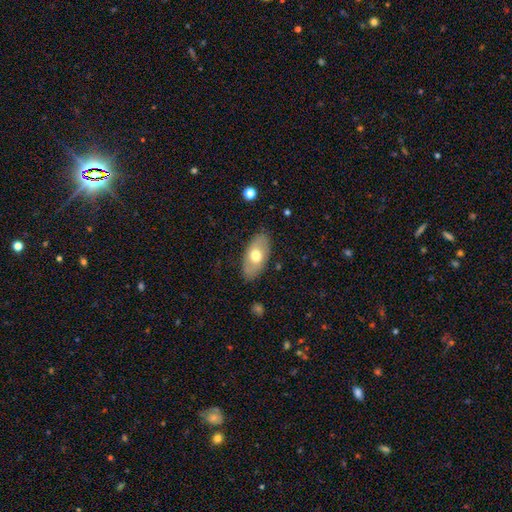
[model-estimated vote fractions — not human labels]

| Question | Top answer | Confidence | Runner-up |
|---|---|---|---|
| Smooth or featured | smooth | 60% | featured or disk (34%) |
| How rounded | in between | 92% | cigar-shaped (4%) |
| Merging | none | 83% | minor disturbance (12%) |